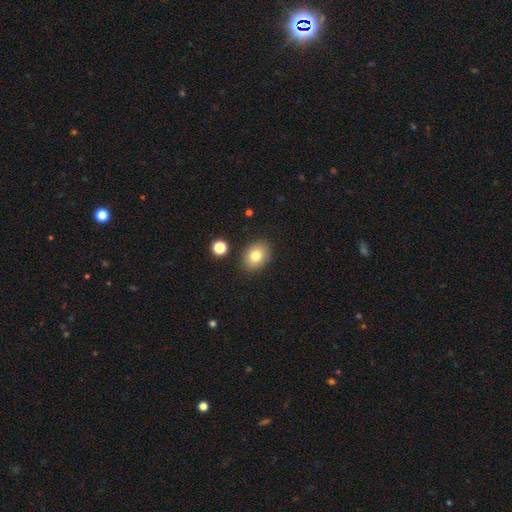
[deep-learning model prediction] Q: Smooth or featured?
A: smooth (80%); runner-up: featured or disk (10%)
Q: How rounded?
A: in between (64%); runner-up: round (35%)
Q: Merging?
A: none (86%); runner-up: minor disturbance (9%)